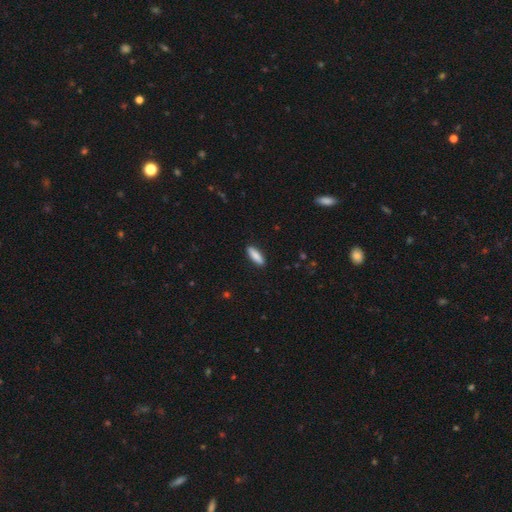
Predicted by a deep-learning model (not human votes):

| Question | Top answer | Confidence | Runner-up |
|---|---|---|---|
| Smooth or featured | smooth | 86% | featured or disk (8%) |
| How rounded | cigar-shaped | 51% | in between (48%) |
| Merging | none | 90% | minor disturbance (7%) |